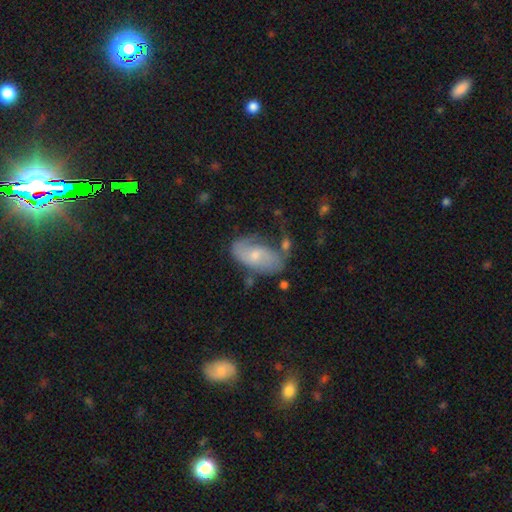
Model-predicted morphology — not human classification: This appears to be a featured or disk galaxy (55%) with no bar (60%), spiral arms (77%) and a small central bulge (48%). Merging: none (48%).